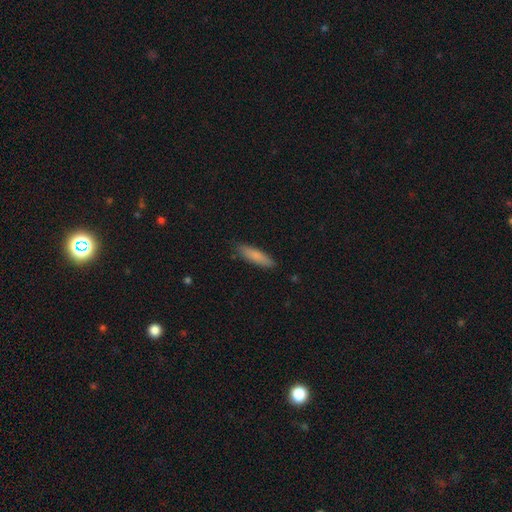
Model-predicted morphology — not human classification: Smooth or featured: smooth — 82% (featured or disk — 12%)
How rounded: cigar-shaped — 73% (in between — 26%)
Merging: none — 87% (minor disturbance — 10%)